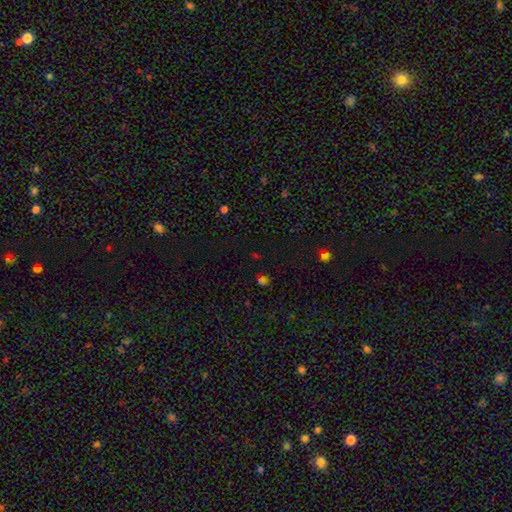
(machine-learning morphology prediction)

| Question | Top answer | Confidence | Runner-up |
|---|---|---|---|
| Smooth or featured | star or artifact | 56% | smooth (37%) |